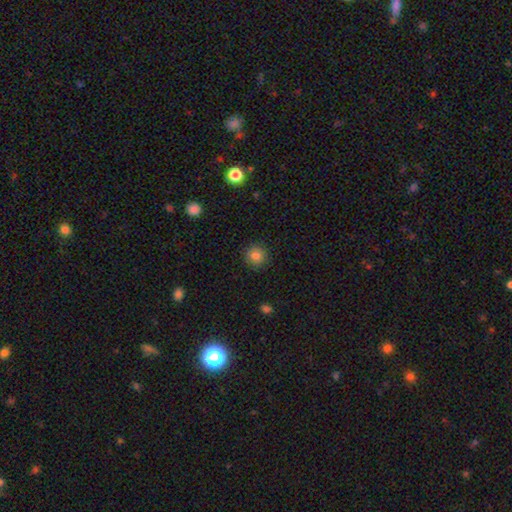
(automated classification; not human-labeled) Smooth or featured? smooth (83%)
How rounded? round (93%)
Merging? none (91%)